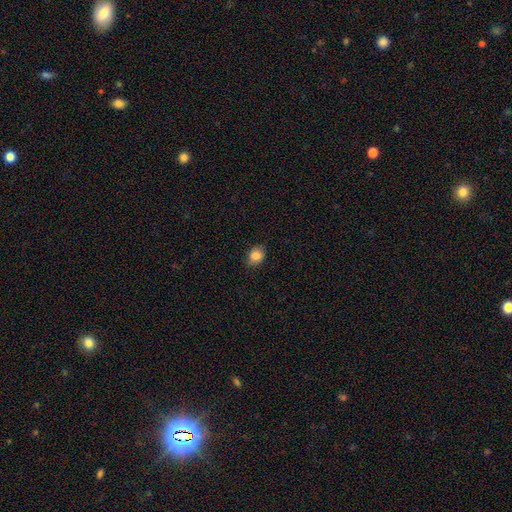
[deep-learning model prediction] This appears to be a smooth galaxy with no disk features (85%) that is in between round and cigar-shaped (51%). Merging: none (84%).